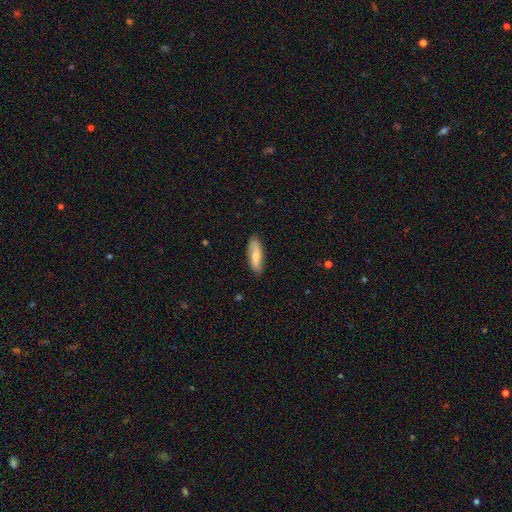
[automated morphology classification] Smooth or featured? Predicted: smooth (p=0.62). How rounded? Predicted: in between (p=0.52). Merging? Predicted: none (p=0.86).